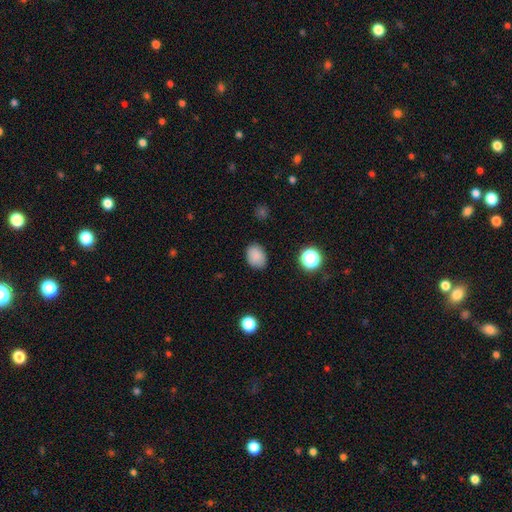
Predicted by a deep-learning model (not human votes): Morphology: type=smooth (86%); roundness=in between (65%); merging=none (83%).